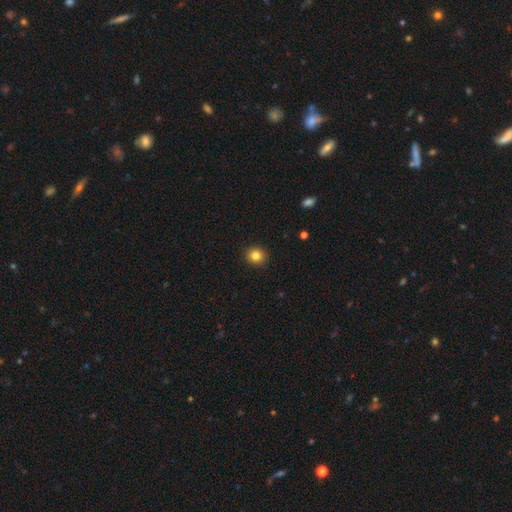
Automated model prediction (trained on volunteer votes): Smooth or featured? smooth (83%)
How rounded? round (85%)
Merging? none (92%)